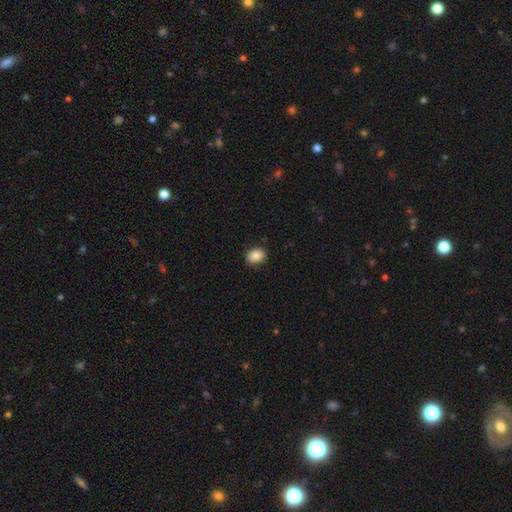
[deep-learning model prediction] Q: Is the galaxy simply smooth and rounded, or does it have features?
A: smooth — 87%.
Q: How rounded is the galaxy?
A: in between — 64%.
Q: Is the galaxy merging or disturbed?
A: none — 87%.